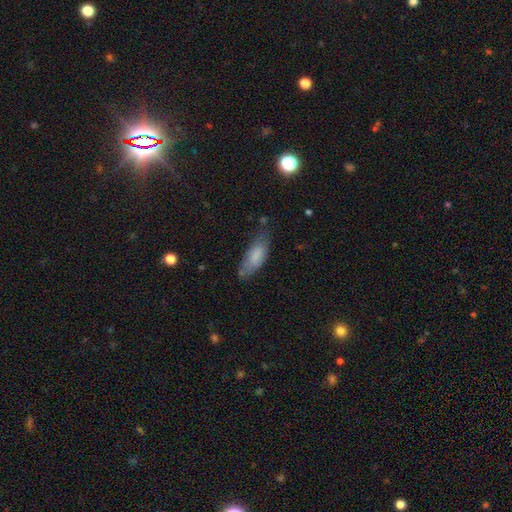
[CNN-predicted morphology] Smooth or featured? Predicted: smooth (p=0.77). How rounded? Predicted: in between (p=0.69). Merging? Predicted: none (p=0.57).